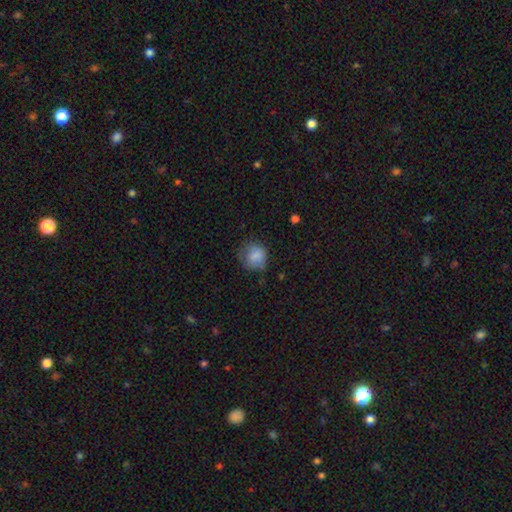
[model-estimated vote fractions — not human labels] smooth 81%, featured or disk 10%, star or artifact 9%. Down the decision tree: how rounded — round (75%); merging — none (58%).